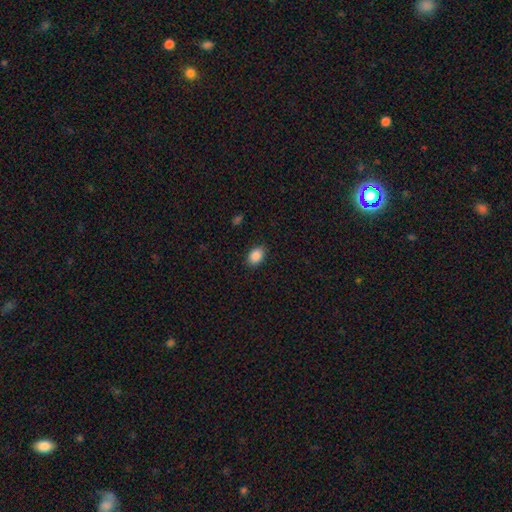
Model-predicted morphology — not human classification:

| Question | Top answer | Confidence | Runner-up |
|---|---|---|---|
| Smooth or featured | smooth | 89% | star or artifact (8%) |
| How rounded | in between | 80% | round (19%) |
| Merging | none | 87% | minor disturbance (10%) |